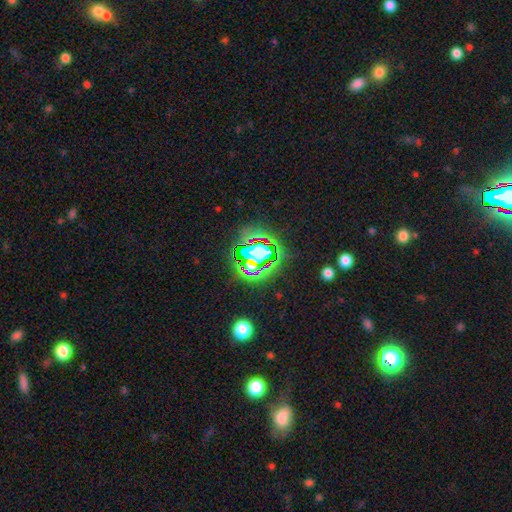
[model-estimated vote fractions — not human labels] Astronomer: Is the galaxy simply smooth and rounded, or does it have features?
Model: star or artifact — 63%.